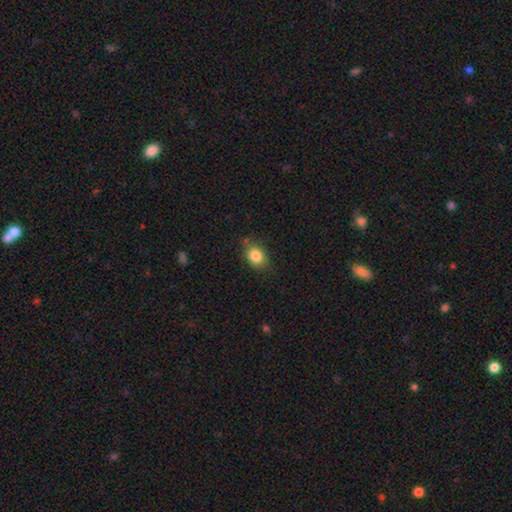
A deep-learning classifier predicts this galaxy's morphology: smooth_or_featured: smooth (p=0.84) [alt: star or artifact p=0.09]
how_rounded: in between (p=0.64) [alt: round p=0.35]
merging: none (p=0.77) [alt: minor disturbance p=0.17]